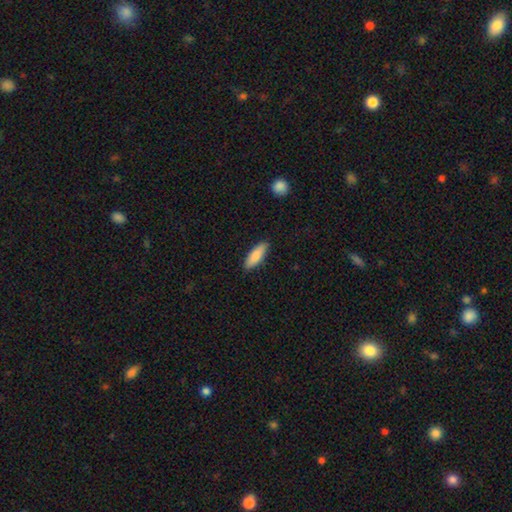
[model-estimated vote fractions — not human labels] Smooth or featured?
  - smooth: 85% *
  - featured or disk: 10%
  - star or artifact: 5%
How rounded?
  - in between: 57% *
  - cigar-shaped: 42%
  - round: 2%
Merging?
  - none: 88% *
  - minor disturbance: 9%
  - major disturbance: 2%
  - merger: 1%